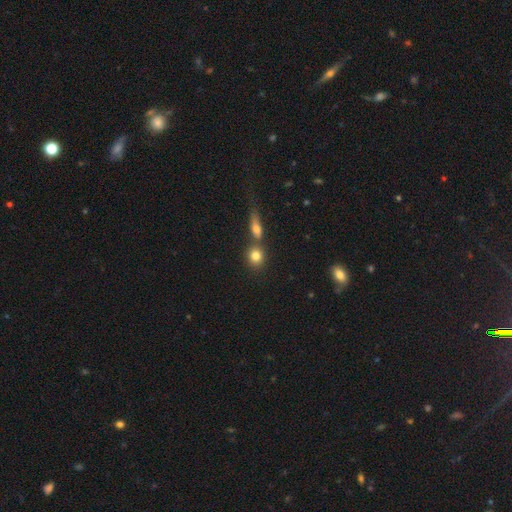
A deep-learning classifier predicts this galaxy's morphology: This is likely a smooth galaxy (79%). How rounded: likely round (78%). Merging: possibly none (57%).